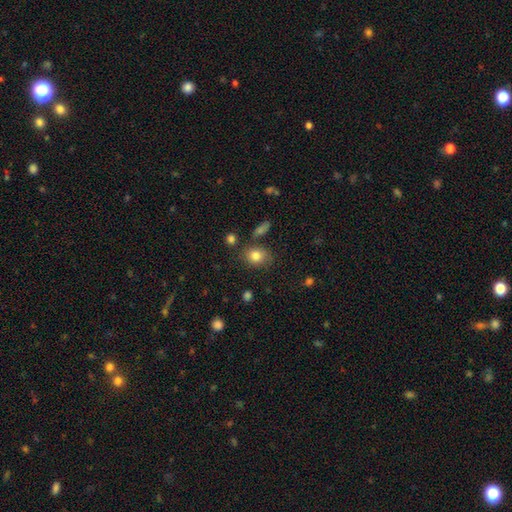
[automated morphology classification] Smooth or featured? Predicted: smooth (p=0.82). How rounded? Predicted: round (p=0.59). Merging? Predicted: none (p=0.73).